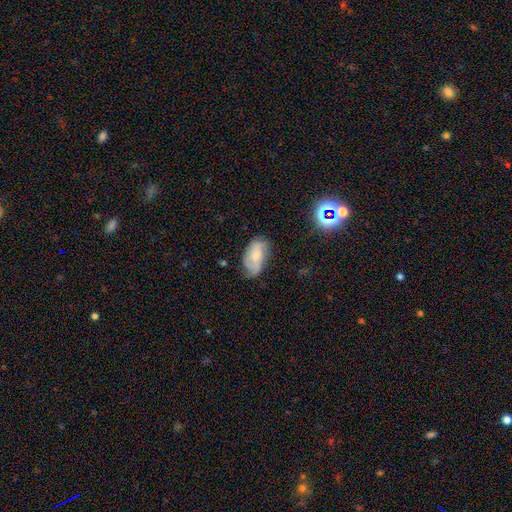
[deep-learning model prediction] Smooth or featured? Predicted: featured or disk (p=0.48). Merging? Predicted: none (p=0.56).